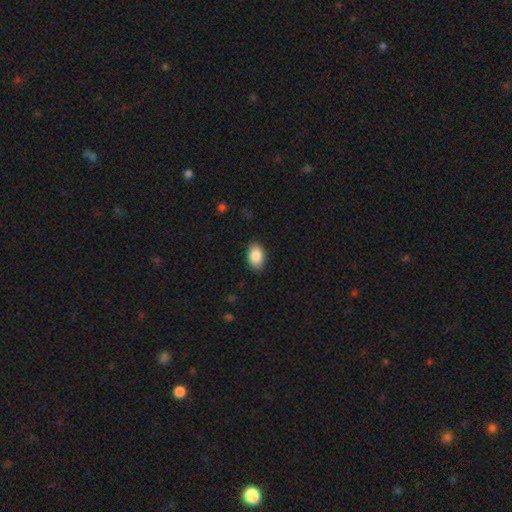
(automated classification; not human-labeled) smooth-or-featured: smooth: 87% | star or artifact: 7% | featured or disk: 6%
  how-rounded: in between: 90% | round: 9% | cigar-shaped: 1%
  merging: none: 87% | minor disturbance: 10% | major disturbance: 2% | merger: 1%